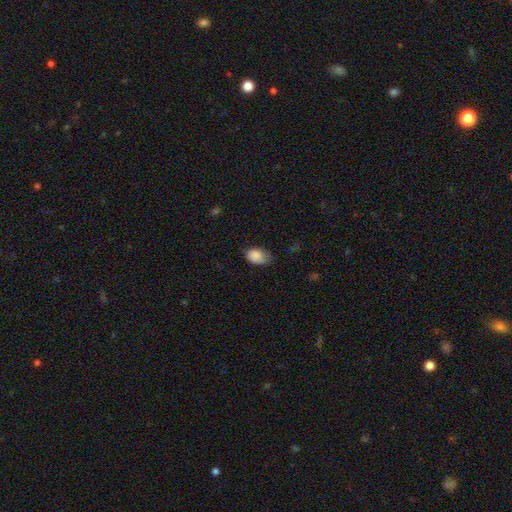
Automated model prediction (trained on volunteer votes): The model was most divided on "merging": none: 48%, minor disturbance: 40%, major disturbance: 10%, merger: 2%. More confident: smooth or featured — smooth (86%); how rounded — in between (76%).